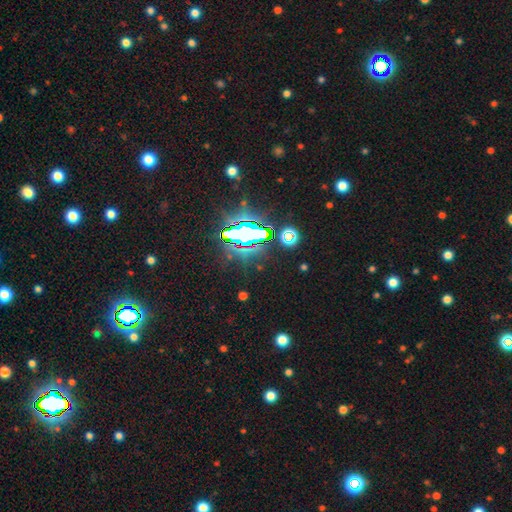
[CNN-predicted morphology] Q: Smooth or featured?
A: star or artifact (83%); runner-up: smooth (9%)